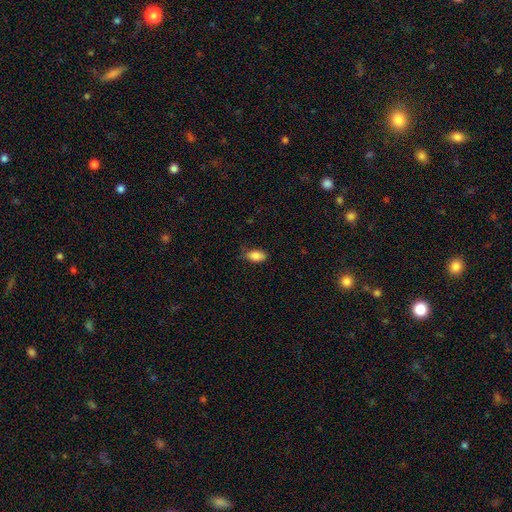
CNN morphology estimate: Smooth or featured?
  - smooth: 86% *
  - star or artifact: 8%
  - featured or disk: 6%
How rounded?
  - in between: 91% *
  - round: 5%
  - cigar-shaped: 4%
Merging?
  - none: 69% *
  - minor disturbance: 24%
  - major disturbance: 5%
  - merger: 1%